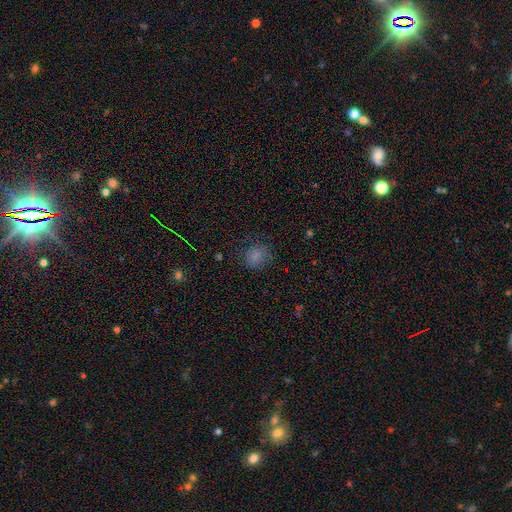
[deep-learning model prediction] A smooth galaxy with no disk features (80%) that is round (79%).

Vote fractions:
- Smooth or featured? smooth: 80% / star or artifact: 14% / featured or disk: 6%
- How rounded? round: 79% / in between: 20% / cigar-shaped: 1%
- Merging? none: 77% / minor disturbance: 16% / major disturbance: 6% / merger: 1%